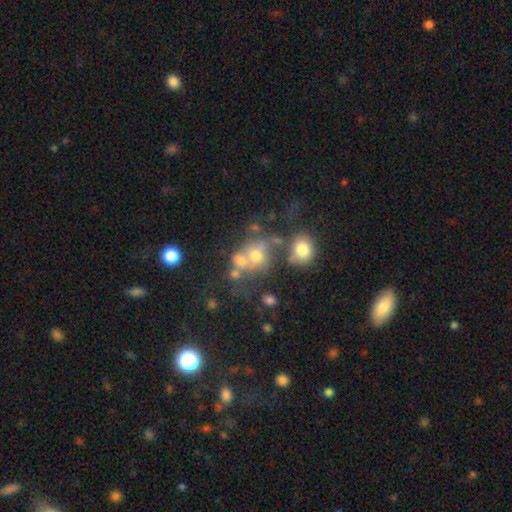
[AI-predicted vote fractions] Smooth or featured? smooth (58%)
How rounded? round (65%)
Merging? merger (41%)